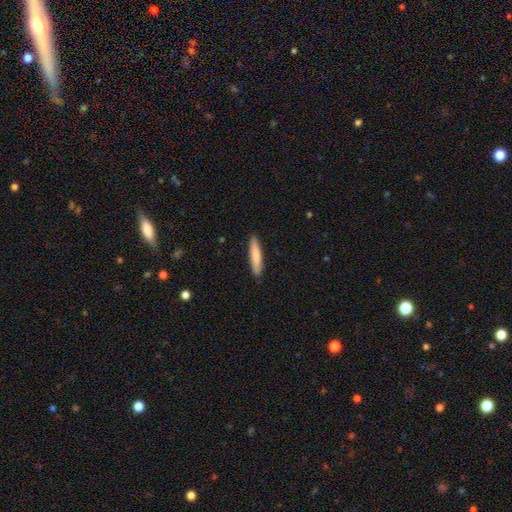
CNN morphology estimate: Smooth or featured? smooth (79%)
How rounded? cigar-shaped (89%)
Merging? none (89%)